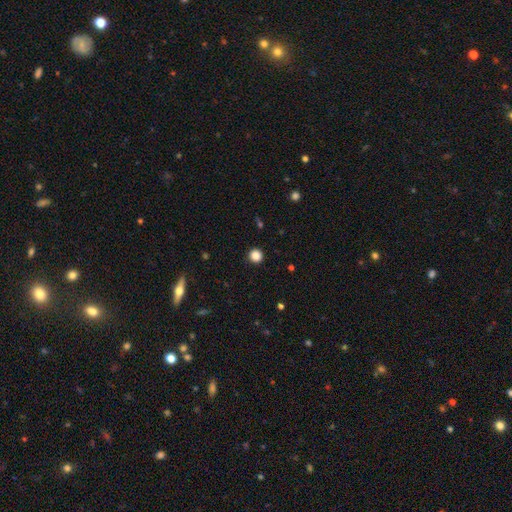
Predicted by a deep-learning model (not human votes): Smooth or featured? Predicted: smooth (p=0.86). How rounded? Predicted: round (p=0.93). Merging? Predicted: none (p=0.92).